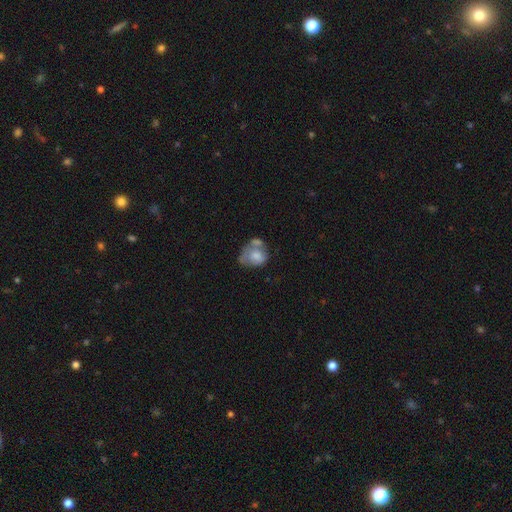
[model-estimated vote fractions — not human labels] This appears to be a smooth galaxy with no disk features (63%) that is in between round and cigar-shaped (56%). Merging: merger (37%).